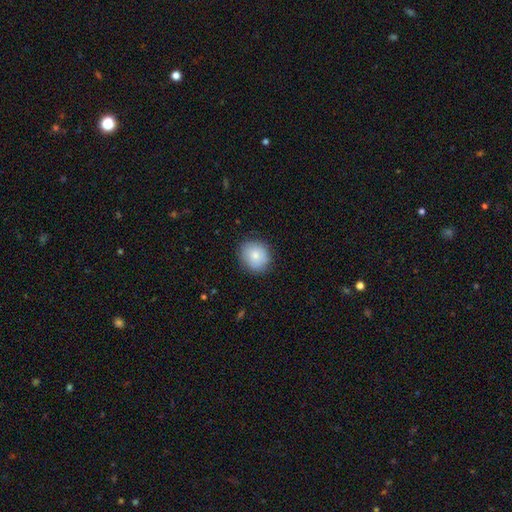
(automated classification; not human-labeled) smooth-or-featured: smooth: 81% | featured or disk: 12% | star or artifact: 8%
  how-rounded: round: 76% | in between: 23% | cigar-shaped: 1%
  merging: none: 84% | minor disturbance: 12% | major disturbance: 3% | merger: 1%